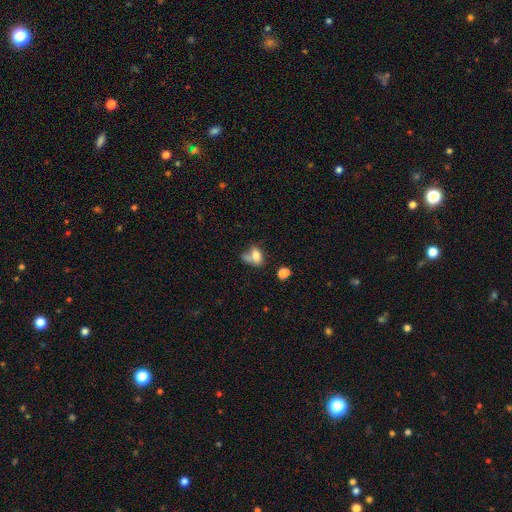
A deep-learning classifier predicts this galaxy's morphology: type=smooth (75%); roundness=in between (81%); merging=merger (35%).